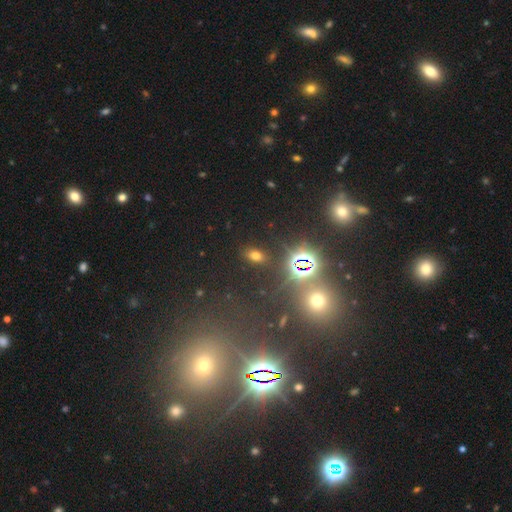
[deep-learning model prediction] Overall: smooth (57%; star or artifact 35%). How rounded: in between (83%). Merging: none (86%).